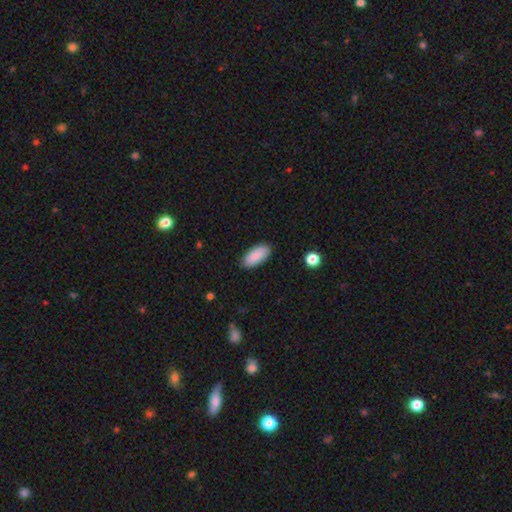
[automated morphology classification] type=smooth (87%); roundness=in between (91%); merging=none (88%).